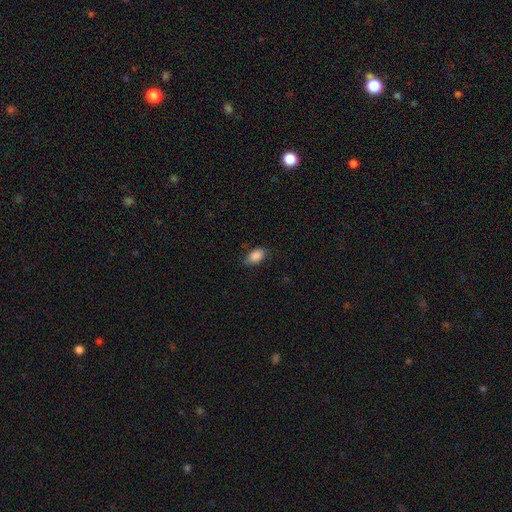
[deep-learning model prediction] smooth_or_featured: smooth (p=0.87) [alt: star or artifact p=0.07]
how_rounded: in between (p=0.90) [alt: round p=0.07]
merging: none (p=0.75) [alt: minor disturbance p=0.20]